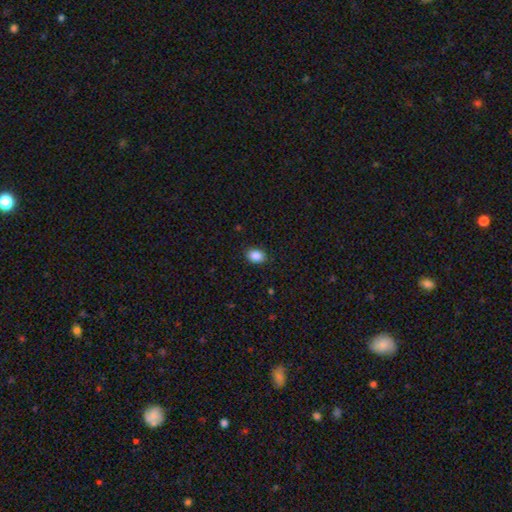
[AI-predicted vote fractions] A smooth galaxy with no disk features (88%) that is in between round and cigar-shaped (71%). Merging: none (88%).